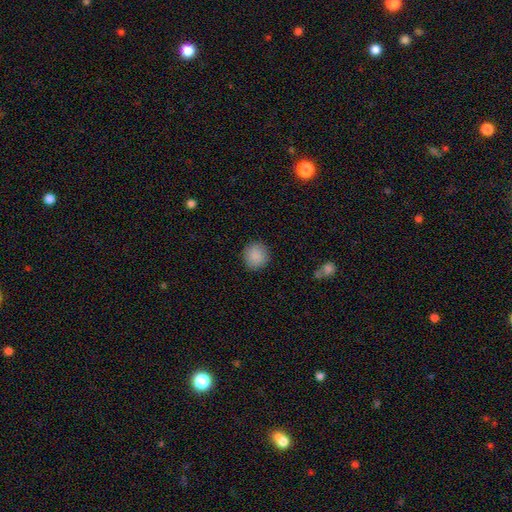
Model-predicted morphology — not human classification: A smooth galaxy with no disk features (89%) that is round (92%).

Vote fractions:
- Smooth or featured? smooth: 89% / star or artifact: 8% / featured or disk: 3%
- How rounded? round: 92% / in between: 7% / cigar-shaped: 1%
- Merging? none: 90% / minor disturbance: 7% / major disturbance: 2% / merger: 1%